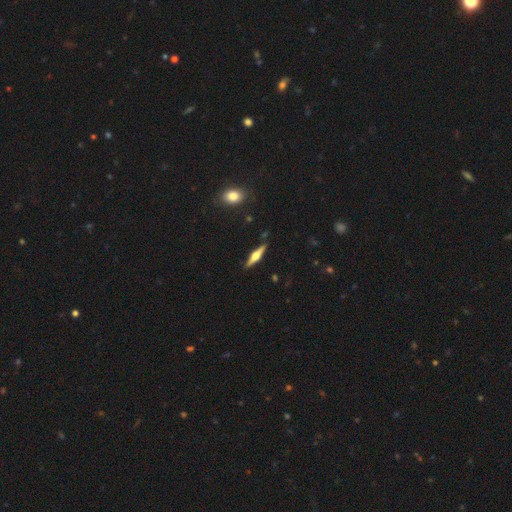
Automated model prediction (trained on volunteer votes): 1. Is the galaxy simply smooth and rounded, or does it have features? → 68% featured or disk, 26% smooth, 6% star or artifact.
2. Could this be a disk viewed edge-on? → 97% yes, 3% no.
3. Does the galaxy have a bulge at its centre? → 91% rounded, 7% boxy, 2% none.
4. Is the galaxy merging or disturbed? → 89% none, 8% minor disturbance, 2% major disturbance, 2% merger.